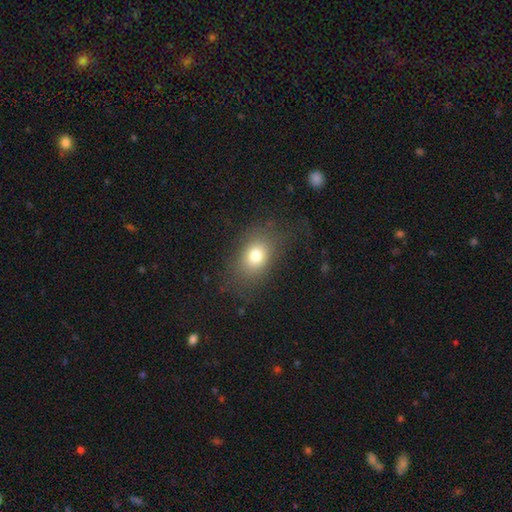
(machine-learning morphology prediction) Smooth or featured?
  - smooth: 76% *
  - star or artifact: 13%
  - featured or disk: 12%
How rounded?
  - in between: 65% *
  - round: 34%
  - cigar-shaped: 1%
Merging?
  - none: 74% *
  - minor disturbance: 15%
  - major disturbance: 10%
  - merger: 1%